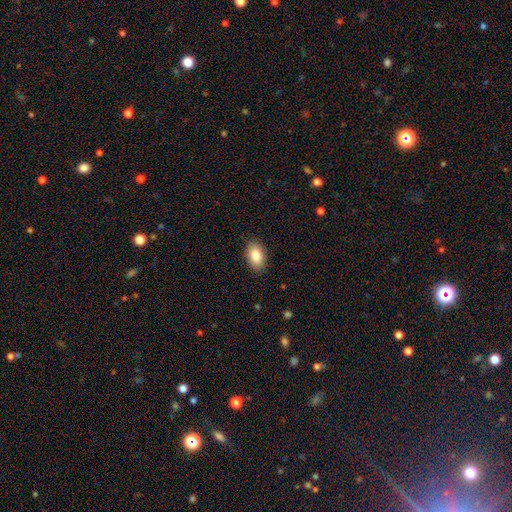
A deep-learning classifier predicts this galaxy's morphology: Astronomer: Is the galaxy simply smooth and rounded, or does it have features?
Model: smooth — 85%.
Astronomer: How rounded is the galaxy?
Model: in between — 93%.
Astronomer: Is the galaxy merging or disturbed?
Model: none — 89%.